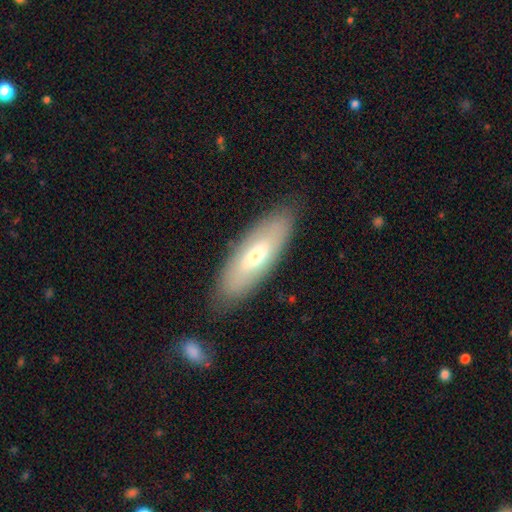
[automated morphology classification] Smooth or featured? smooth (57%)
How rounded? in between (61%)
Merging? none (84%)